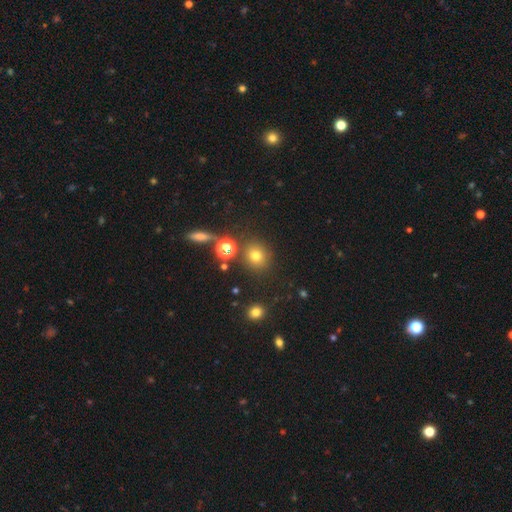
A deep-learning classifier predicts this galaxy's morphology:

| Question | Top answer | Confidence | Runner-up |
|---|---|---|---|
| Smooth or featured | smooth | 71% | star or artifact (20%) |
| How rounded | round | 83% | in between (16%) |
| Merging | none | 80% | minor disturbance (9%) |